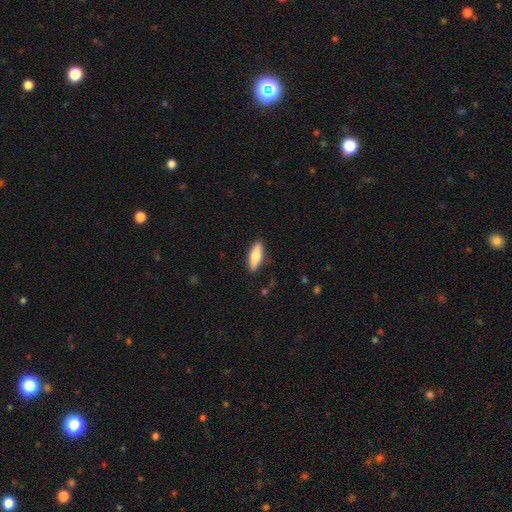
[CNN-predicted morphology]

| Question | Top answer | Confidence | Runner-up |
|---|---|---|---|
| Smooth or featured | smooth | 75% | featured or disk (19%) |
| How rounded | in between | 58% | cigar-shaped (40%) |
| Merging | none | 87% | minor disturbance (10%) |